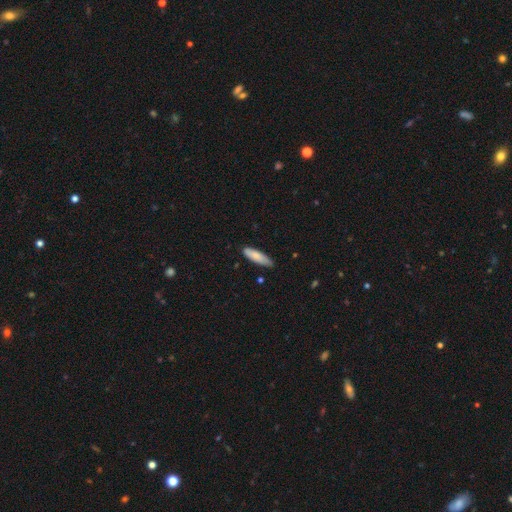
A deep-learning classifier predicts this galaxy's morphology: This appears to be a smooth galaxy with no disk features (80%) that is cigar-shaped (62%). Merging: none (77%).